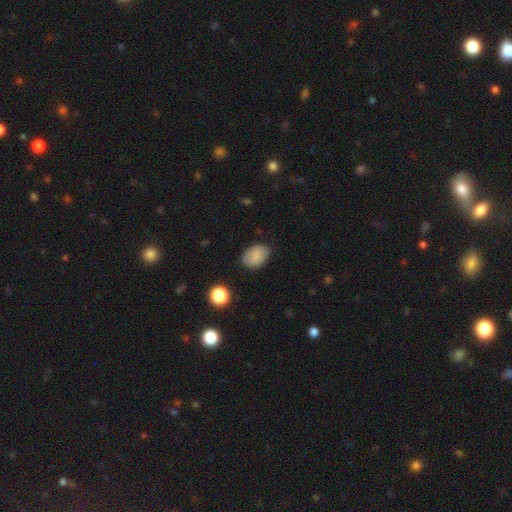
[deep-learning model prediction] smooth_or_featured: smooth (p=0.86) [alt: star or artifact p=0.08]
how_rounded: in between (p=0.79) [alt: round p=0.20]
merging: none (p=0.83) [alt: minor disturbance p=0.13]